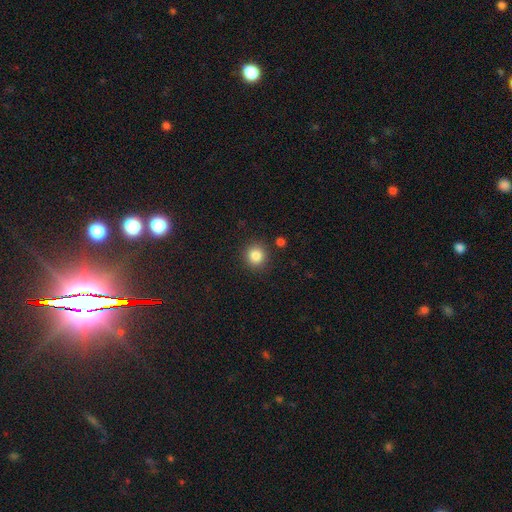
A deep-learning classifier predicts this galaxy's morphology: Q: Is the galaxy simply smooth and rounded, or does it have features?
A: smooth — 85%.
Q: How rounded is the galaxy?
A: round — 91%.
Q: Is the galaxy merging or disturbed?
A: none — 87%.